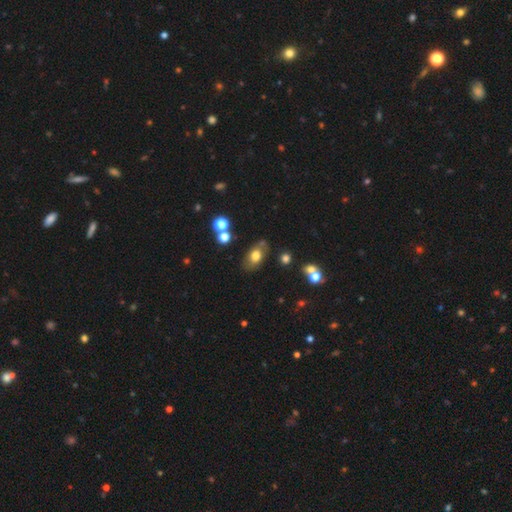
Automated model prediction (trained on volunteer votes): Smooth or featured? Predicted: smooth (p=0.73). How rounded? Predicted: in between (p=0.82). Merging? Predicted: none (p=0.72).